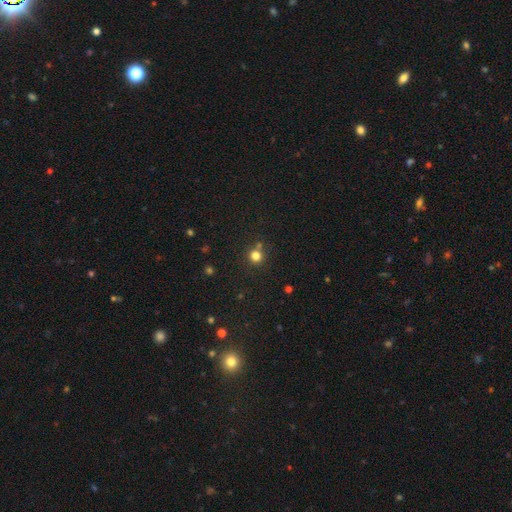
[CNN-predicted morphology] smooth-or-featured: smooth: 79% | star or artifact: 16% | featured or disk: 6%
  how-rounded: round: 93% | in between: 6% | cigar-shaped: 1%
  merging: none: 74% | merger: 15% | minor disturbance: 9% | major disturbance: 3%